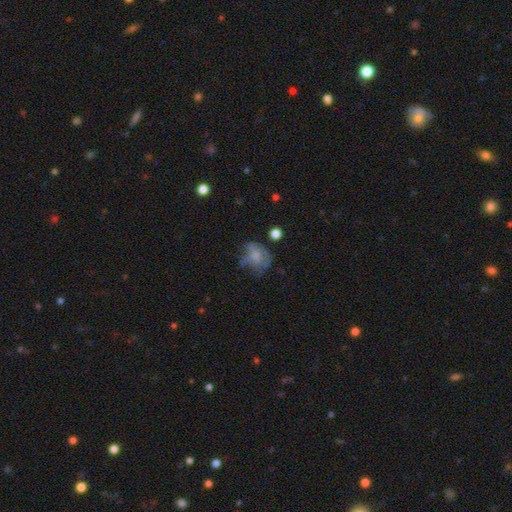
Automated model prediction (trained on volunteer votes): Smooth or featured? Predicted: smooth (p=0.52). How rounded? Predicted: round (p=0.50). Merging? Predicted: none (p=0.37).